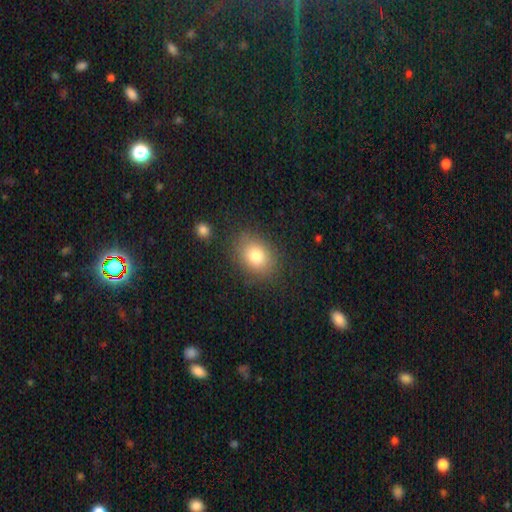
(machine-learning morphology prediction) Smooth or featured: smooth — 78% (star or artifact — 11%)
How rounded: in between — 54% (round — 45%)
Merging: none — 82% (minor disturbance — 12%)